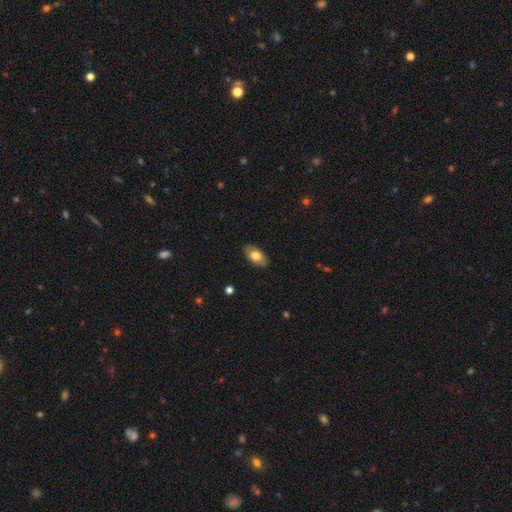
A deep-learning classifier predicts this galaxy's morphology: smooth_or_featured: smooth (p=0.75) [alt: featured or disk p=0.18]
how_rounded: in between (p=0.93) [alt: round p=0.04]
merging: none (p=0.87) [alt: minor disturbance p=0.10]